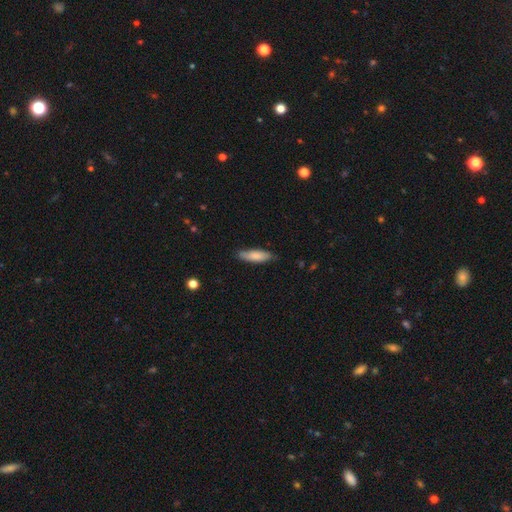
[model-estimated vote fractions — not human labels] Smooth or featured: smooth — 81% (featured or disk — 14%)
How rounded: cigar-shaped — 57% (in between — 41%)
Merging: none — 80% (minor disturbance — 17%)